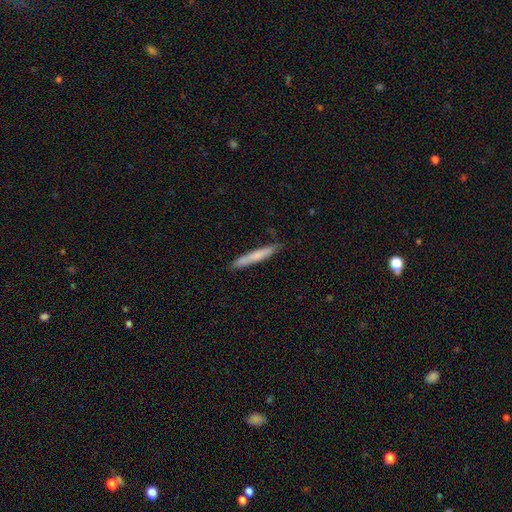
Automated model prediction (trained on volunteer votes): Smooth or featured? smooth (69%)
How rounded? cigar-shaped (96%)
Merging? none (84%)